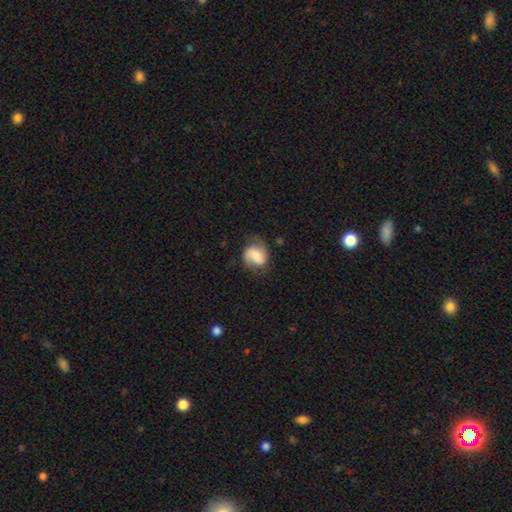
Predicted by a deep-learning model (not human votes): Smooth or featured? Predicted: smooth (p=0.50). Merging? Predicted: none (p=0.60).